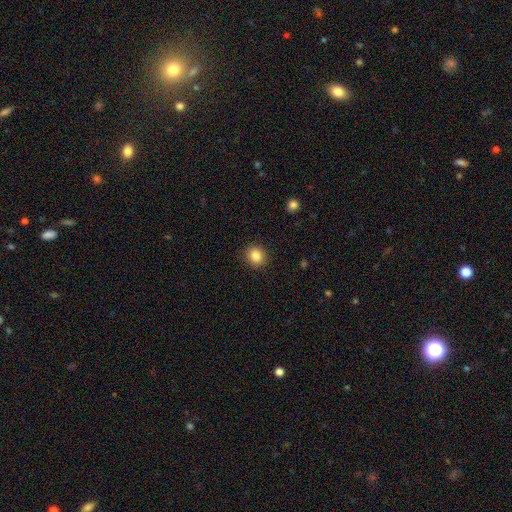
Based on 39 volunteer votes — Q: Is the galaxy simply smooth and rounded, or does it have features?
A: smooth — 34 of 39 (87%).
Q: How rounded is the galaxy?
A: round — 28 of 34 (82%).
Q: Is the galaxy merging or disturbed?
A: none — 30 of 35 (86%).